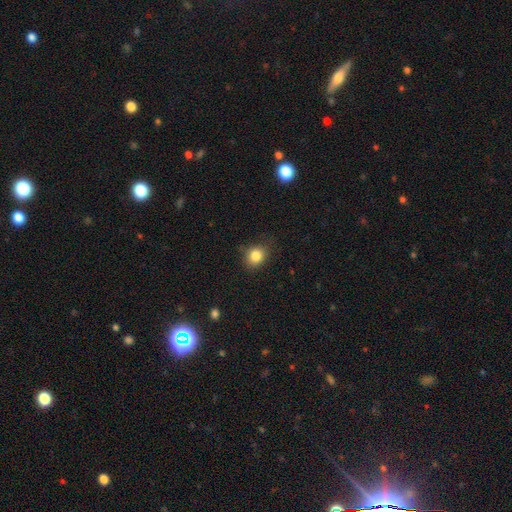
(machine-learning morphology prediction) A smooth galaxy with no disk features (84%) that is round (67%).

Vote fractions:
- Smooth or featured? smooth: 84% / star or artifact: 11% / featured or disk: 5%
- How rounded? round: 67% / in between: 32% / cigar-shaped: 1%
- Merging? none: 77% / minor disturbance: 17% / major disturbance: 4% / merger: 1%